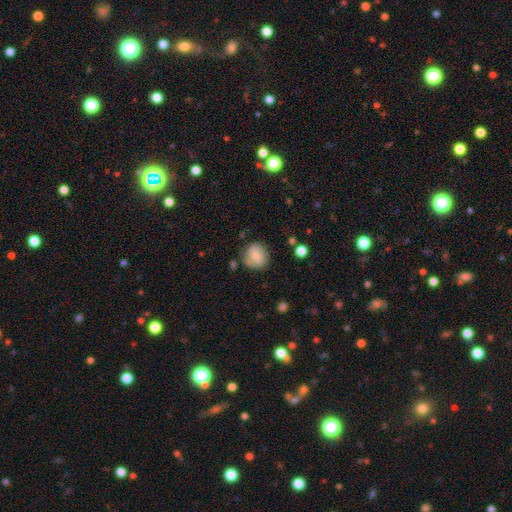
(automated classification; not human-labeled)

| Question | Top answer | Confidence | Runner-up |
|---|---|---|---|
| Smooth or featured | smooth | 61% | featured or disk (31%) |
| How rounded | round | 84% | in between (15%) |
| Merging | none | 74% | minor disturbance (17%) |